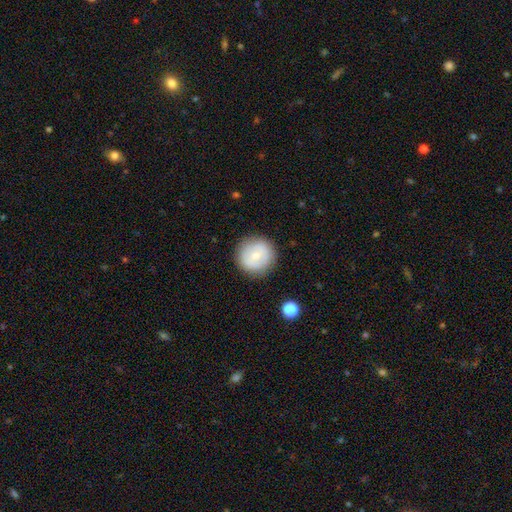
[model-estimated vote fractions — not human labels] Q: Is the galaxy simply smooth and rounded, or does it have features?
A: smooth — 64%.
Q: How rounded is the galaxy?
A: round — 94%.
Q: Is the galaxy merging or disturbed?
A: none — 86%.